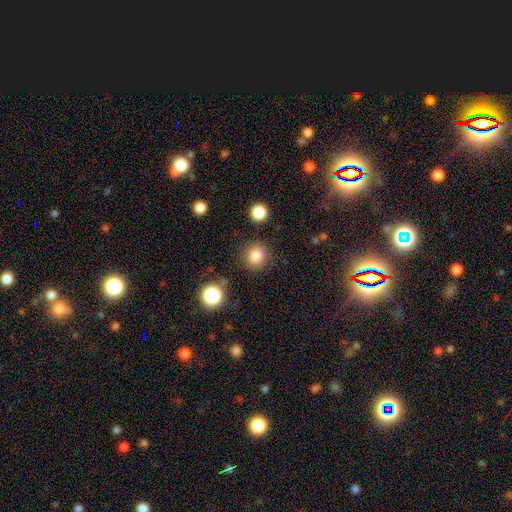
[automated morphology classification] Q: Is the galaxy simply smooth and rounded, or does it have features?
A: smooth — 82%.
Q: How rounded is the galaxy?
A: round — 88%.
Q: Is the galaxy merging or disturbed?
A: none — 86%.